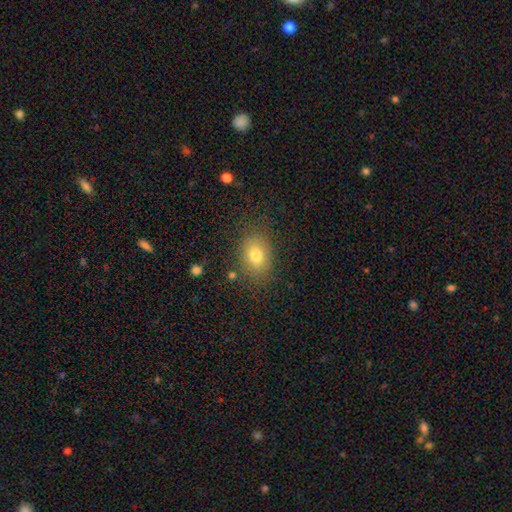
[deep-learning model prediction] Morphology: type=smooth (77%); roundness=in between (69%); merging=none (81%).